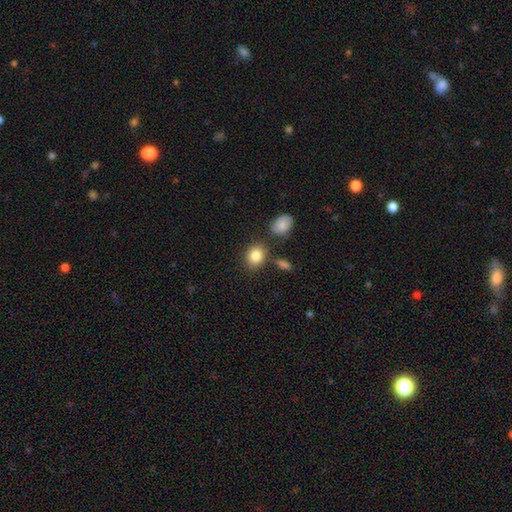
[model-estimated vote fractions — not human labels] smooth-or-featured: smooth: 84% | star or artifact: 9% | featured or disk: 7%
  how-rounded: in between: 54% | round: 45% | cigar-shaped: 1%
  merging: none: 75% | minor disturbance: 12% | merger: 10% | major disturbance: 4%